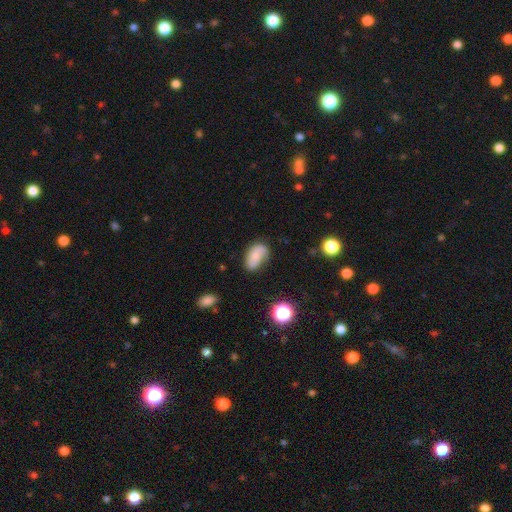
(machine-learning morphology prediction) This is possibly a smooth galaxy (55%). How rounded: clearly in between (88%). Merging: possibly none (54%).